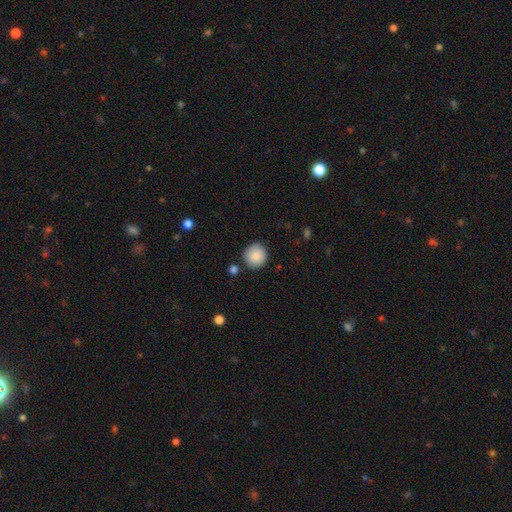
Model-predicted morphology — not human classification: smooth_or_featured: smooth (p=0.88) [alt: star or artifact p=0.07]
how_rounded: round (p=0.91) [alt: in between p=0.08]
merging: none (p=0.84) [alt: minor disturbance p=0.10]